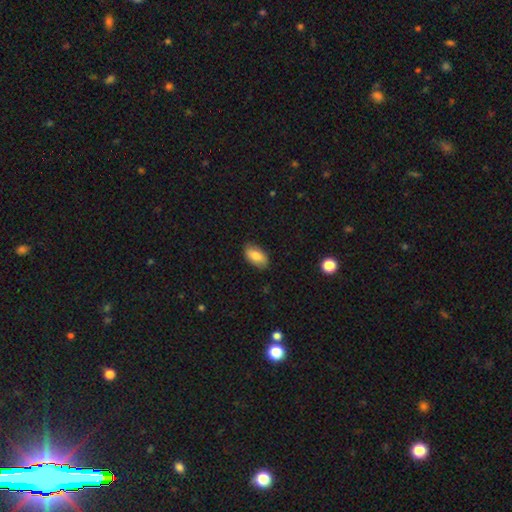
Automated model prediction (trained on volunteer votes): smooth 82%, featured or disk 11%, star or artifact 7%. Down the decision tree: how rounded — in between (93%); merging — none (84%).